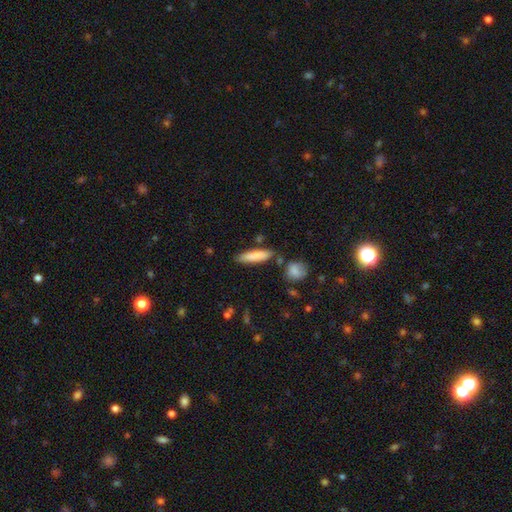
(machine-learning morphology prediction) A smooth galaxy with no disk features (81%) that is cigar-shaped (73%). Merging: none (79%).